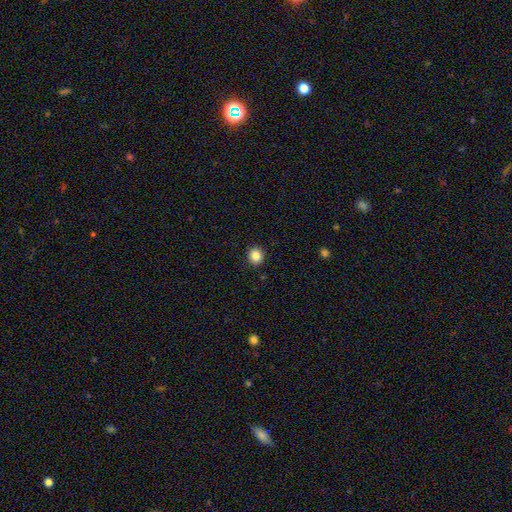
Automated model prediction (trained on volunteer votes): A smooth galaxy with no disk features (86%) that is round (82%).

Vote fractions:
- Smooth or featured? smooth: 86% / star or artifact: 10% / featured or disk: 4%
- How rounded? round: 82% / in between: 17% / cigar-shaped: 1%
- Merging? none: 92% / minor disturbance: 6% / major disturbance: 2% / merger: 1%